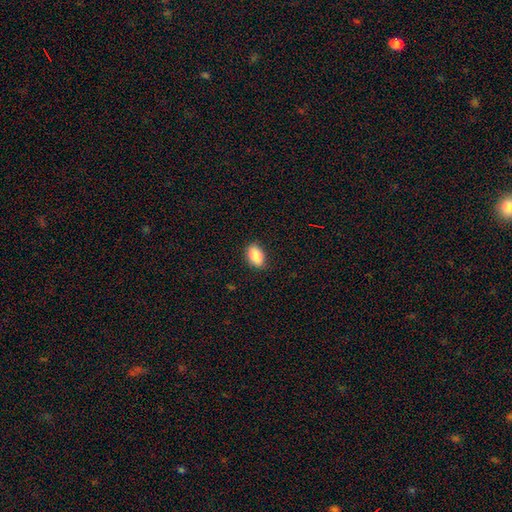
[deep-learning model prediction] Q: Smooth or featured?
A: smooth (89%); runner-up: star or artifact (7%)
Q: How rounded?
A: in between (90%); runner-up: round (9%)
Q: Merging?
A: none (86%); runner-up: minor disturbance (11%)